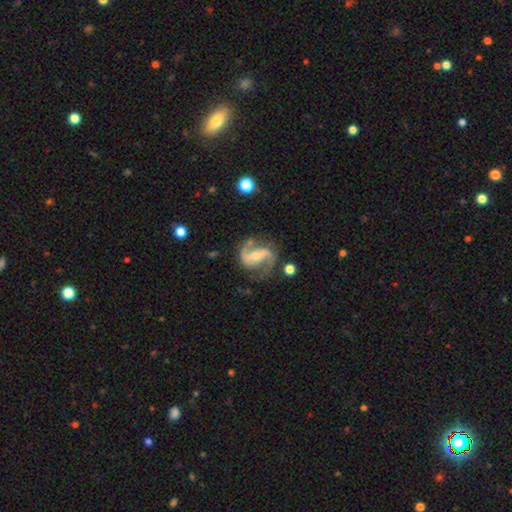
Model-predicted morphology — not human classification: featured or disk 89%, smooth 6%, star or artifact 5%. Down the decision tree: edge-on disk — no (97%); bar — strong (48%); spiral arms — yes (97%); spiral arm count — 2 (91%); spiral winding — medium (51%); bulge size — small (50%); merging — none (69%).